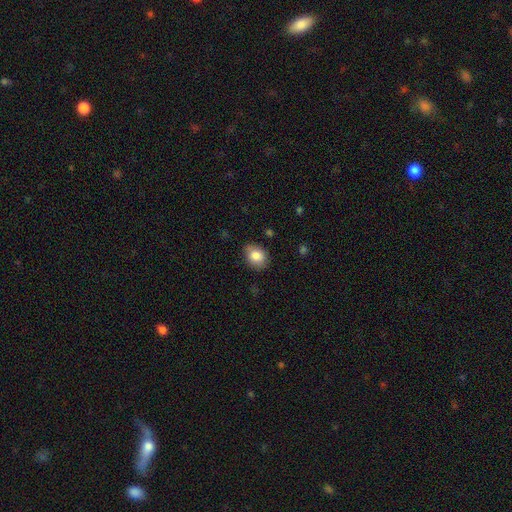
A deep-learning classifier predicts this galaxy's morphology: Smooth or featured?
  - smooth: 84% *
  - featured or disk: 8%
  - star or artifact: 8%
How rounded?
  - round: 50% *
  - in between: 49%
  - cigar-shaped: 1%
Merging?
  - none: 75% *
  - minor disturbance: 20%
  - major disturbance: 4%
  - merger: 1%